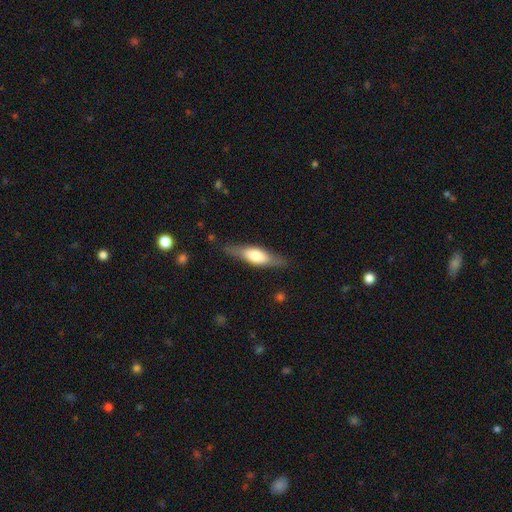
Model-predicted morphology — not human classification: This appears to be a smooth galaxy with no disk features (48%). Merging: none (81%).